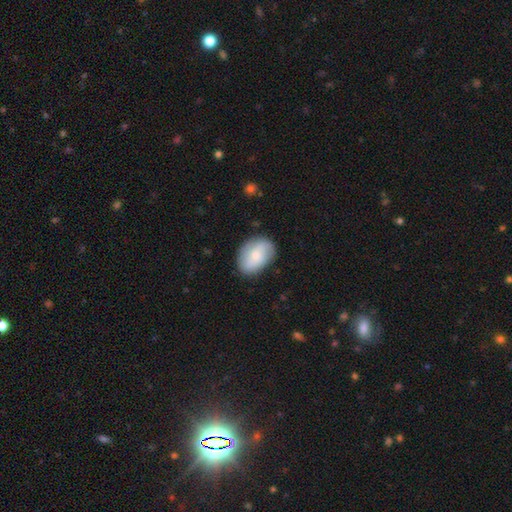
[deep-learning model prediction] A smooth galaxy with no disk features (60%) that is in between round and cigar-shaped (82%).

Vote fractions:
- Smooth or featured? smooth: 60% / featured or disk: 34% / star or artifact: 7%
- How rounded? in between: 82% / round: 17% / cigar-shaped: 1%
- Merging? none: 78% / minor disturbance: 16% / major disturbance: 4% / merger: 1%